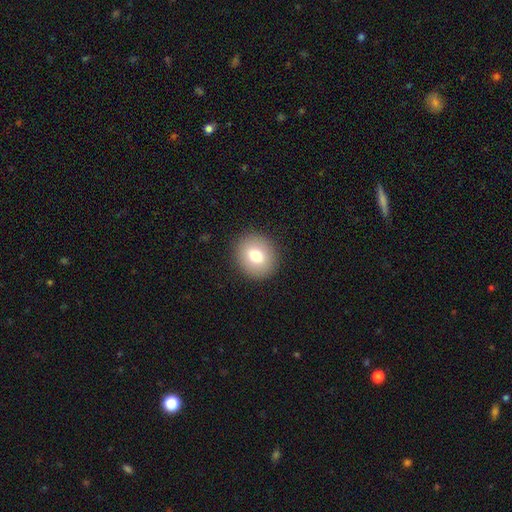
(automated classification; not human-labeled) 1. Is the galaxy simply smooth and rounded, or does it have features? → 77% smooth, 14% featured or disk, 9% star or artifact.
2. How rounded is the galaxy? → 76% round, 23% in between, 1% cigar-shaped.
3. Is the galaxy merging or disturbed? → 90% none, 6% minor disturbance, 2% major disturbance, 1% merger.